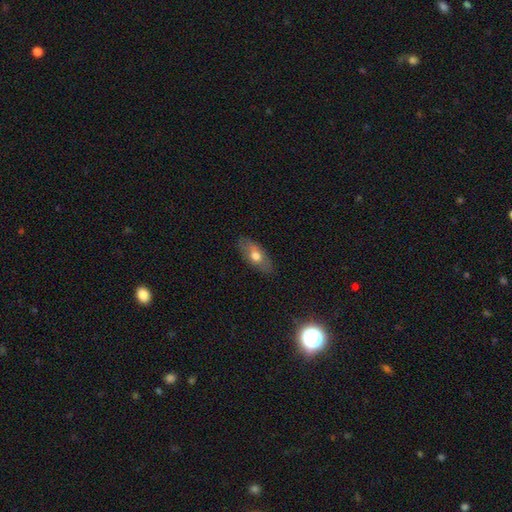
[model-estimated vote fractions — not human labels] smooth_or_featured: smooth (p=0.64) [alt: featured or disk p=0.29]
how_rounded: in between (p=0.86) [alt: cigar-shaped p=0.10]
merging: none (p=0.82) [alt: minor disturbance p=0.14]